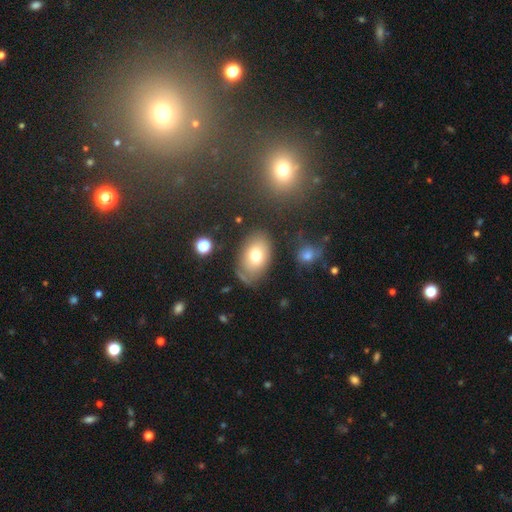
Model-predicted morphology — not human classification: Smooth or featured: smooth — 70% (featured or disk — 19%)
How rounded: in between — 85% (round — 14%)
Merging: none — 71% (minor disturbance — 18%)